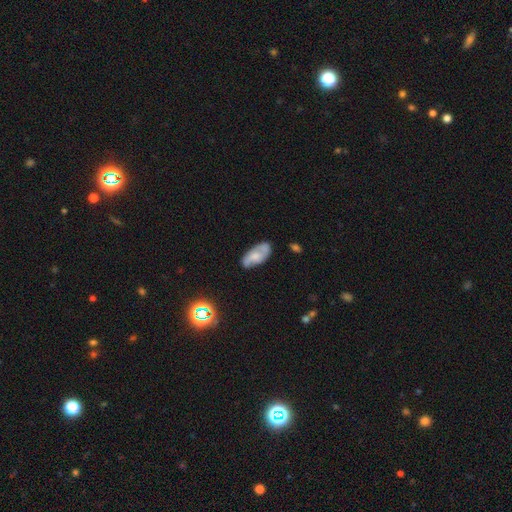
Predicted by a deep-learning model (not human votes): A featured or disk galaxy (54%).

Vote fractions:
- Smooth or featured? featured or disk: 54% / smooth: 38% / star or artifact: 8%
- Edge-on disk? no: 92% / yes: 8%
- Merging? none: 73% / minor disturbance: 20% / major disturbance: 5% / merger: 2%